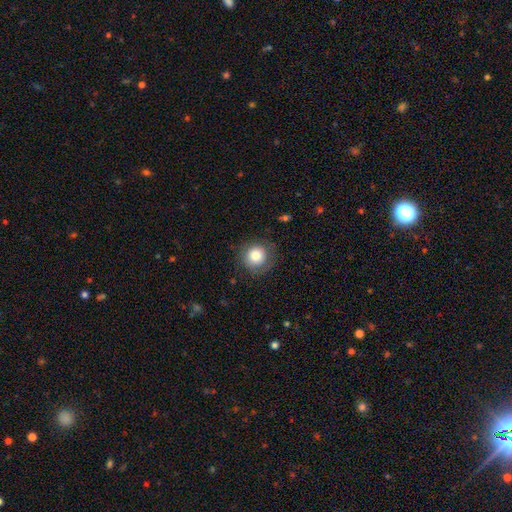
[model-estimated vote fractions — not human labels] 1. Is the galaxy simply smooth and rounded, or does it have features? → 80% smooth, 10% featured or disk, 9% star or artifact.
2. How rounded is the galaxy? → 93% round, 6% in between, 1% cigar-shaped.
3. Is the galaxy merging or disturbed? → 82% none, 12% minor disturbance, 5% major disturbance, 1% merger.